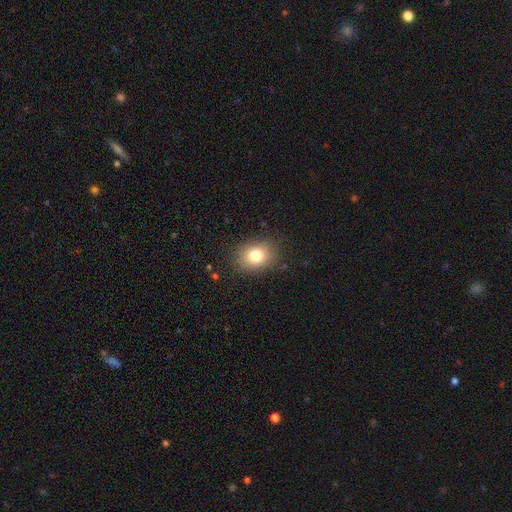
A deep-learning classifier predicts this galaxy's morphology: A smooth galaxy with no disk features (79%) that is in between round and cigar-shaped (58%).

Vote fractions:
- Smooth or featured? smooth: 79% / star or artifact: 11% / featured or disk: 10%
- How rounded? in between: 58% / round: 41% / cigar-shaped: 1%
- Merging? none: 85% / minor disturbance: 10% / major disturbance: 3% / merger: 1%